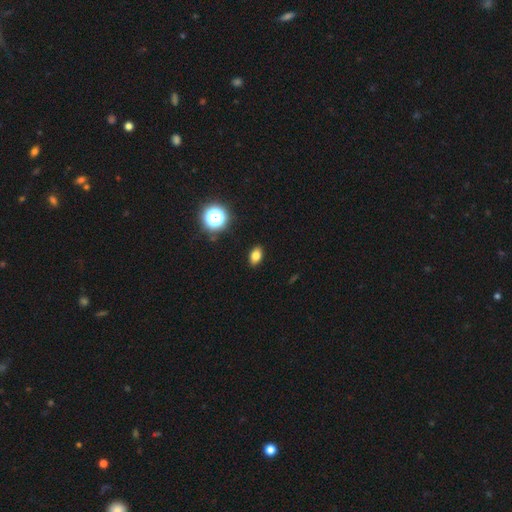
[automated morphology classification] smooth-or-featured: smooth: 77% | star or artifact: 14% | featured or disk: 8%
  how-rounded: in between: 83% | round: 15% | cigar-shaped: 2%
  merging: none: 90% | minor disturbance: 7% | major disturbance: 2% | merger: 1%